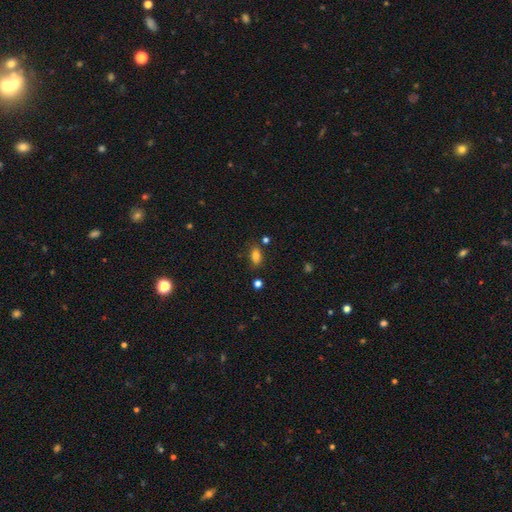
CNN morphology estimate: smooth-or-featured: smooth: 82% | star or artifact: 12% | featured or disk: 7%
  how-rounded: in between: 86% | round: 8% | cigar-shaped: 5%
  merging: none: 78% | minor disturbance: 14% | merger: 4% | major disturbance: 4%